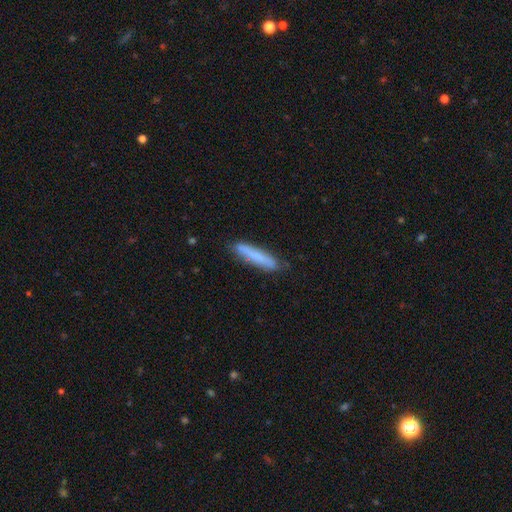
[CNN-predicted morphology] The model was most divided on "smooth or featured": smooth: 76%, featured or disk: 18%, star or artifact: 6%. More confident: how rounded — cigar-shaped (92%); merging — none (82%).